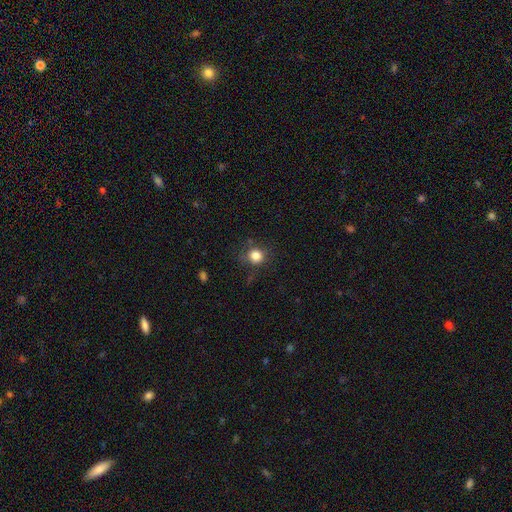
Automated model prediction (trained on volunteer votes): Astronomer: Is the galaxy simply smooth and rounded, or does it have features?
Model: smooth — 82%.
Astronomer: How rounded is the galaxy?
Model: round — 88%.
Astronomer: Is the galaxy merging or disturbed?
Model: none — 80%.